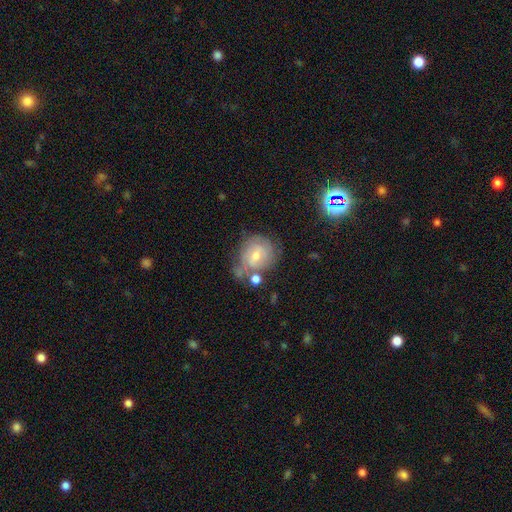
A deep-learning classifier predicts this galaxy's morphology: Smooth or featured?
  - featured or disk: 55% *
  - smooth: 32%
  - star or artifact: 13%
Edge-on disk?
  - no: 96% *
  - yes: 4%
Bar?
  - no: 48% *
  - weak: 42%
  - strong: 10%
Spiral arms?
  - yes: 74% *
  - no: 26%
Bulge size?
  - moderate: 50% *
  - small: 43%
  - large: 3%
  - none: 2%
  - dominant: 1%
Merging?
  - none: 49% *
  - minor disturbance: 25%
  - merger: 14%
  - major disturbance: 13%